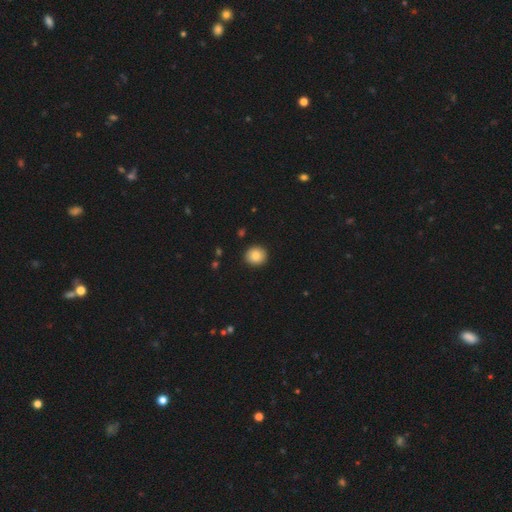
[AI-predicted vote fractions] Smooth or featured? Predicted: smooth (p=0.85). How rounded? Predicted: round (p=0.87). Merging? Predicted: none (p=0.92).